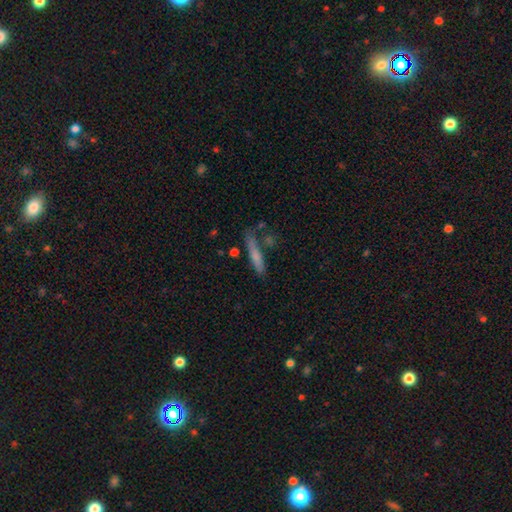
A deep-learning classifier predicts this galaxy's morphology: Smooth or featured? Predicted: smooth (p=0.65). How rounded? Predicted: cigar-shaped (p=0.89). Merging? Predicted: none (p=0.69).